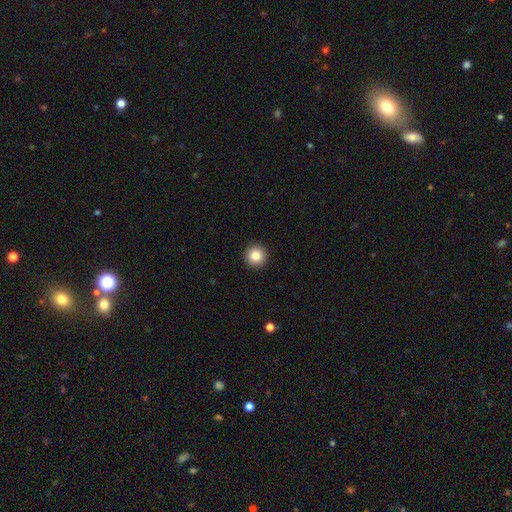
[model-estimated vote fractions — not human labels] The model was most divided on "smooth or featured": smooth: 84%, star or artifact: 9%, featured or disk: 6%. More confident: how rounded — round (96%); merging — none (93%).